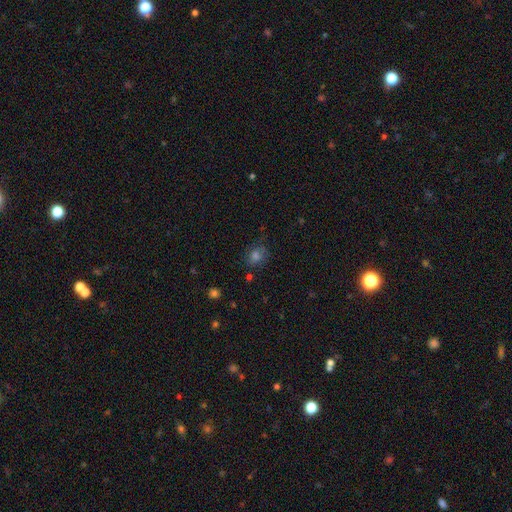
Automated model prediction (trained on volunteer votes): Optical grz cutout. It shows a smooth galaxy with no disk features (56%) that is round (62%). Merging: none (72%).